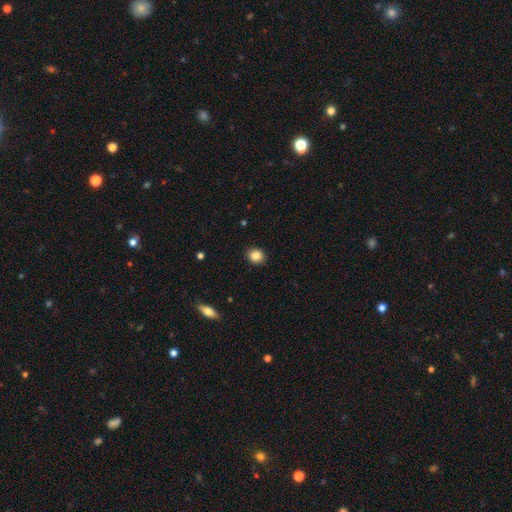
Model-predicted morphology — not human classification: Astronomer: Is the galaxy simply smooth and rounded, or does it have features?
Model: smooth — 86%.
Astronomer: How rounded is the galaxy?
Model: round — 71%.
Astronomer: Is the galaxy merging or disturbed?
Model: none — 91%.